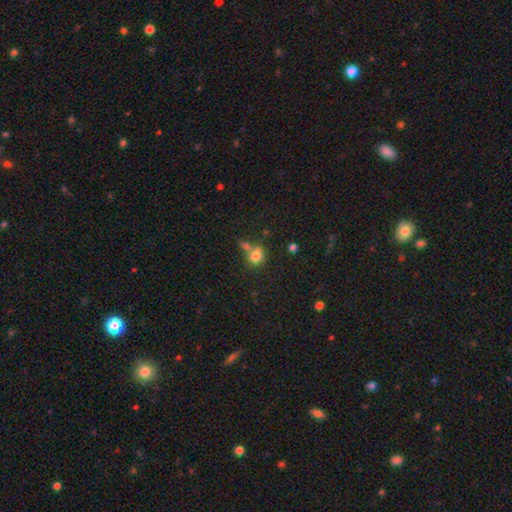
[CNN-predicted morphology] Smooth or featured?
  - smooth: 78% *
  - star or artifact: 12%
  - featured or disk: 10%
How rounded?
  - round: 59% *
  - in between: 39%
  - cigar-shaped: 2%
Merging?
  - none: 41% *
  - merger: 38%
  - minor disturbance: 13%
  - major disturbance: 7%